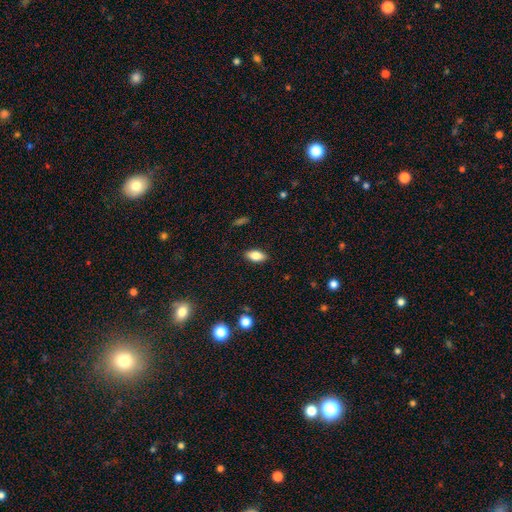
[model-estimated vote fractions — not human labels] smooth-or-featured: smooth: 81% | featured or disk: 12% | star or artifact: 8%
  how-rounded: in between: 89% | cigar-shaped: 8% | round: 4%
  merging: none: 88% | minor disturbance: 9% | major disturbance: 2% | merger: 1%